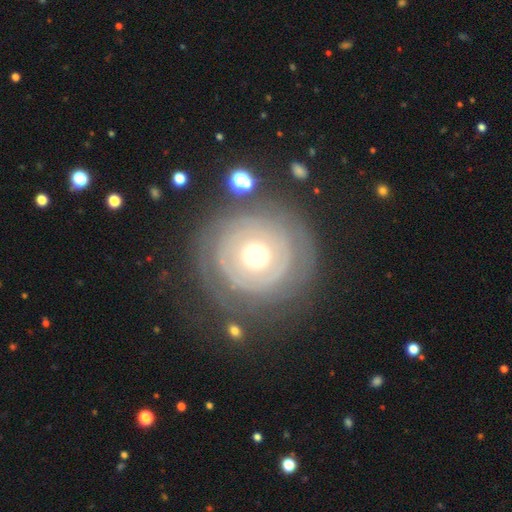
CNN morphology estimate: featured or disk 69%, smooth 24%, star or artifact 7%. Down the decision tree: edge-on disk — no (97%); bar — no (86%); spiral arms — yes (58%); bulge size — moderate (68%); merging — none (76%).